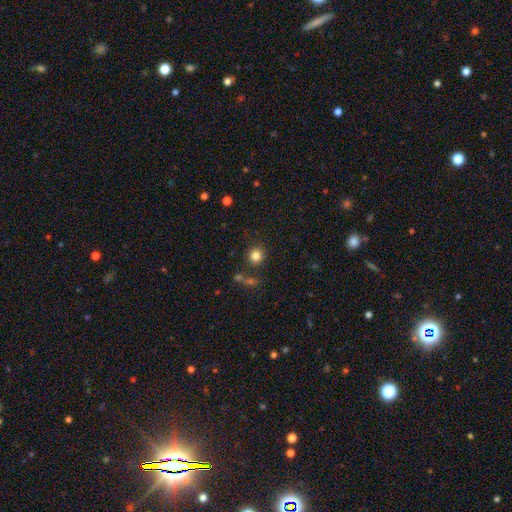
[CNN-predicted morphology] smooth 82%, star or artifact 12%, featured or disk 5%. Down the decision tree: how rounded — round (92%); merging — none (82%).